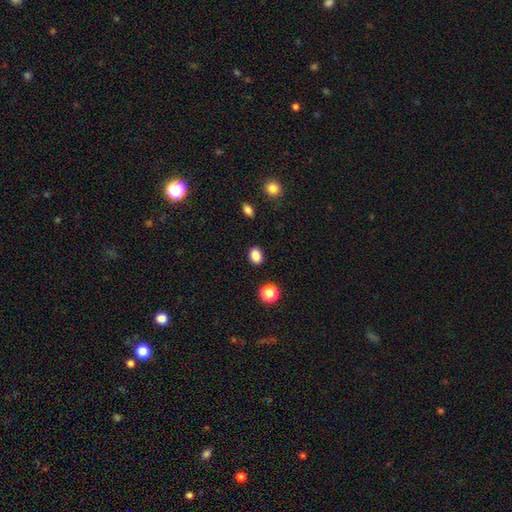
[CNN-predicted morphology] Q: Smooth or featured?
A: smooth (86%); runner-up: star or artifact (10%)
Q: How rounded?
A: in between (62%); runner-up: round (37%)
Q: Merging?
A: none (88%); runner-up: minor disturbance (8%)